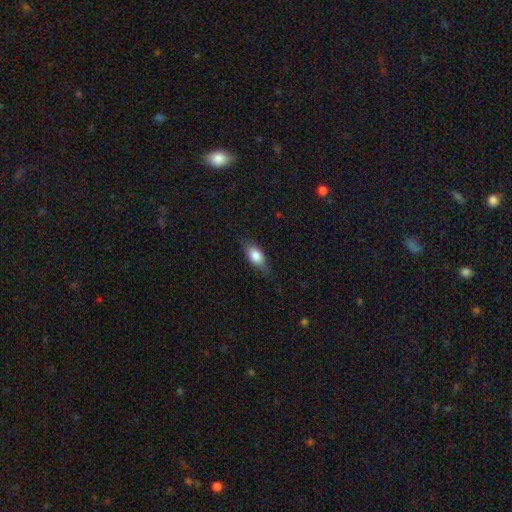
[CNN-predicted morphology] smooth_or_featured: smooth (p=0.77) [alt: featured or disk p=0.16]
how_rounded: in between (p=0.82) [alt: cigar-shaped p=0.10]
merging: none (p=0.76) [alt: minor disturbance p=0.19]